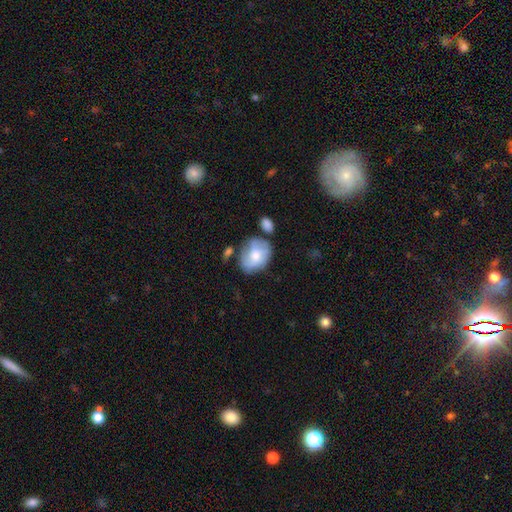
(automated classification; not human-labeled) The model was most divided on "how rounded": in between: 54%, round: 45%, cigar-shaped: 1%. More confident: smooth or featured — smooth (56%); merging — none (51%).